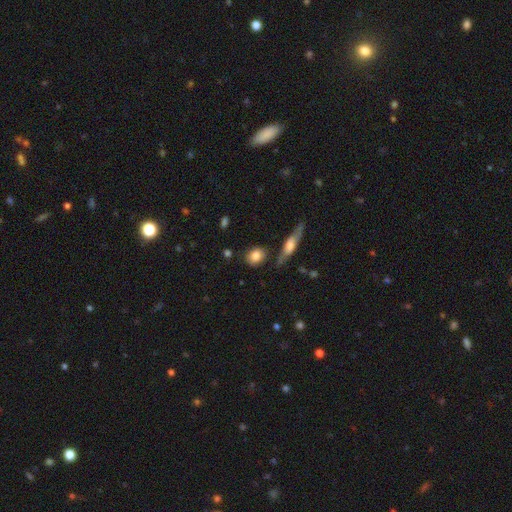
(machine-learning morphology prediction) A smooth galaxy with no disk features (81%) that is round (60%).

Vote fractions:
- Smooth or featured? smooth: 81% / featured or disk: 11% / star or artifact: 7%
- How rounded? round: 60% / in between: 36% / cigar-shaped: 4%
- Merging? none: 75% / minor disturbance: 14% / merger: 7% / major disturbance: 4%